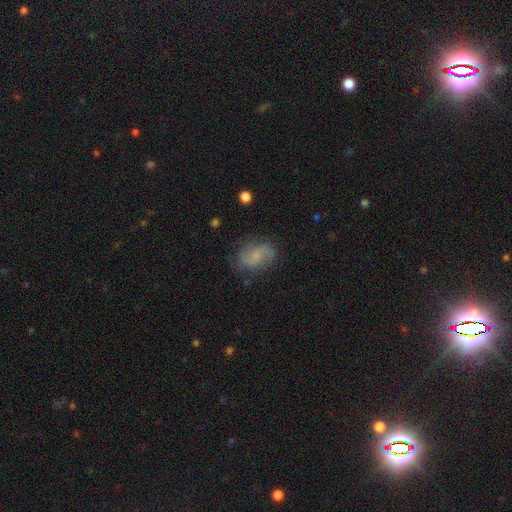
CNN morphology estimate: Overall: featured or disk (47%; smooth 44%). Merging: none (73%).